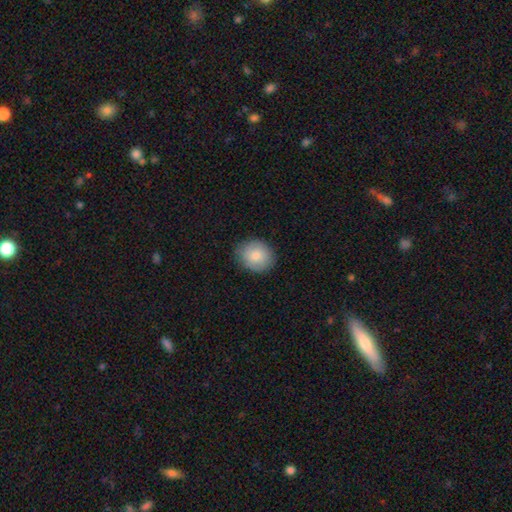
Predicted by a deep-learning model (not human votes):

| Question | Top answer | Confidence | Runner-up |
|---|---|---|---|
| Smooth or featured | smooth | 80% | featured or disk (13%) |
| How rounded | round | 69% | in between (30%) |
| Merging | none | 84% | minor disturbance (12%) |